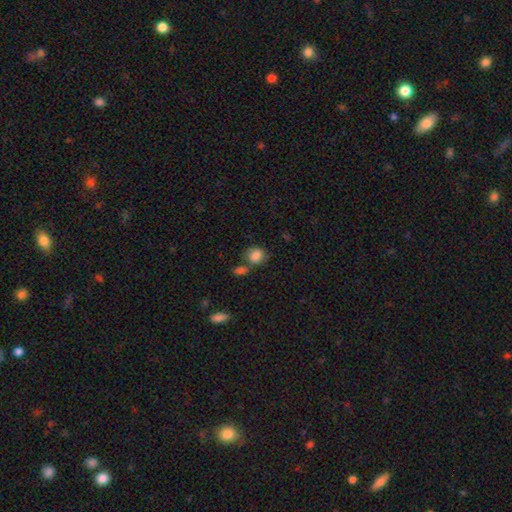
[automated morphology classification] Overall: smooth (84%). How rounded: round (61%; in between 38%). Merging: none (53%; merger 25%).